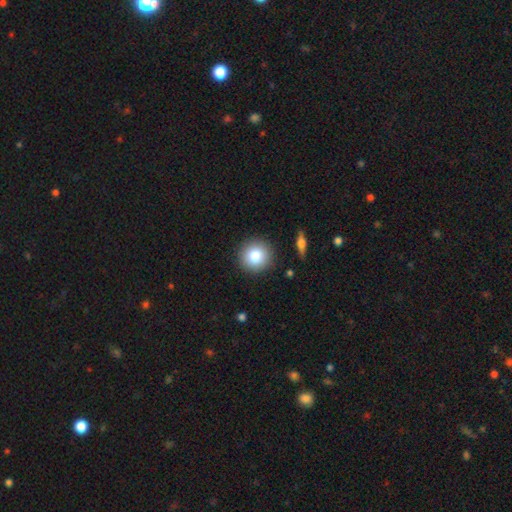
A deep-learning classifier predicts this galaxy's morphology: Overall: smooth (82%). How rounded: round (94%). Merging: none (90%).